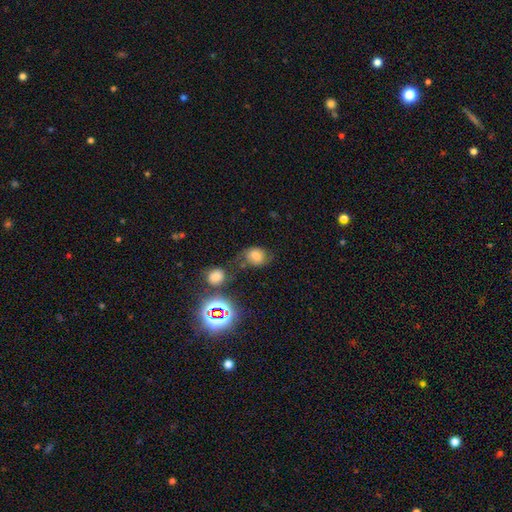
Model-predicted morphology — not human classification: A smooth galaxy with no disk features (60%) that is round (52%). Merging: none (51%).